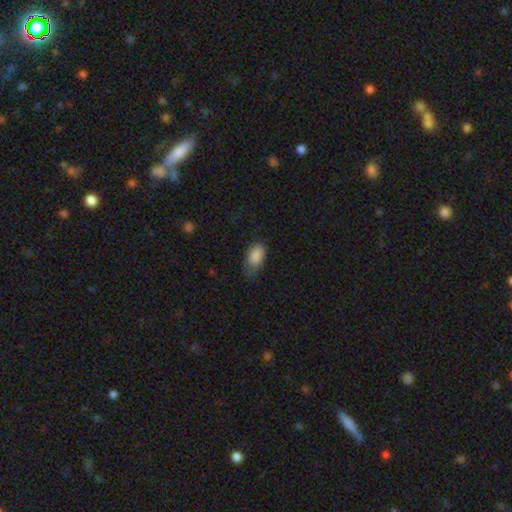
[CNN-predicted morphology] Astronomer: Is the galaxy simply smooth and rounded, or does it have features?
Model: smooth — 87%.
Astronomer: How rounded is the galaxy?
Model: in between — 92%.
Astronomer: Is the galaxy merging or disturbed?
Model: none — 54% (runner-up: minor disturbance, 34%).